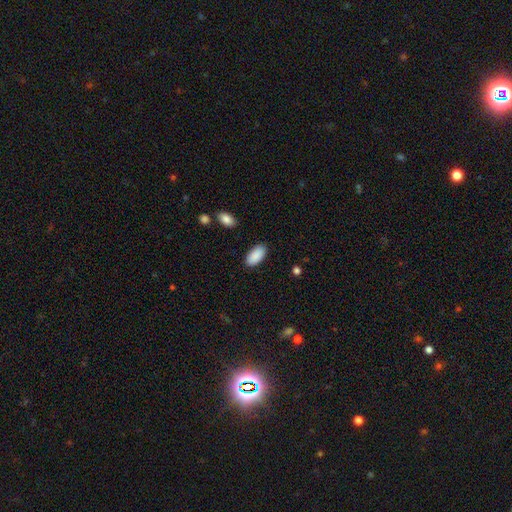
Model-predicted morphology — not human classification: Smooth or featured? smooth (91%)
How rounded? in between (95%)
Merging? none (88%)